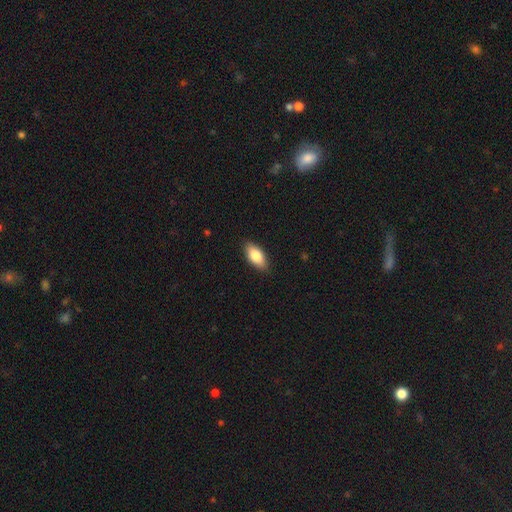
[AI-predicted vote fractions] This appears to be a smooth galaxy with no disk features (82%) that is in between round and cigar-shaped (89%). Merging: none (87%).